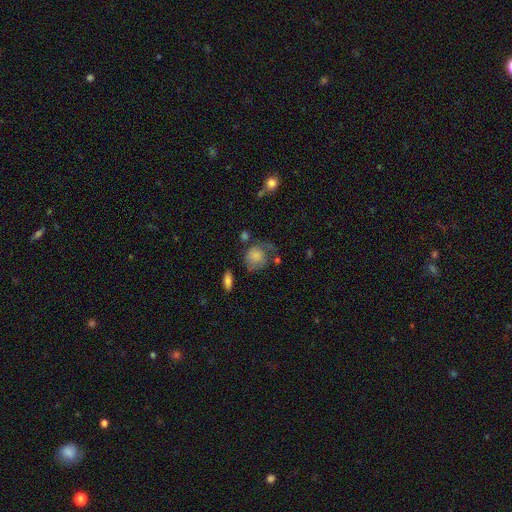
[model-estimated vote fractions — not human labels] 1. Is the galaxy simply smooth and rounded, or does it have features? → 70% smooth, 22% featured or disk, 9% star or artifact.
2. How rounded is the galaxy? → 74% round, 25% in between, 1% cigar-shaped.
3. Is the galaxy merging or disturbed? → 36% none, 31% major disturbance, 27% minor disturbance, 6% merger.